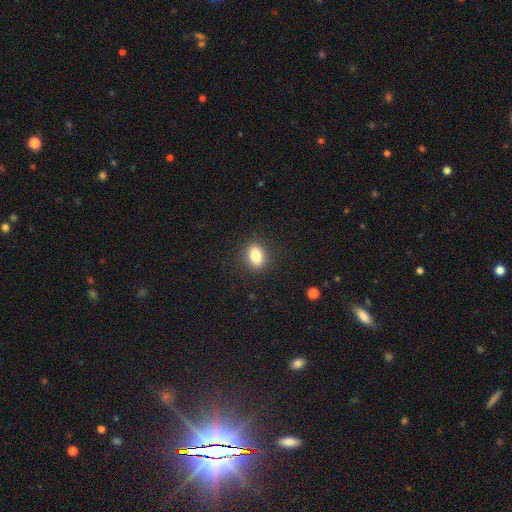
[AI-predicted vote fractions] smooth 82%, star or artifact 10%, featured or disk 8%. Down the decision tree: how rounded — in between (66%); merging — none (89%).